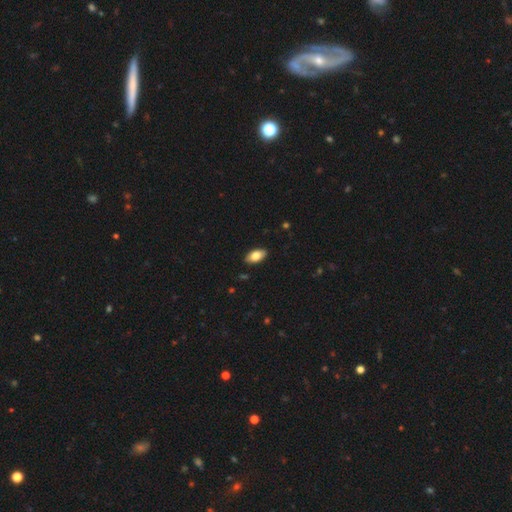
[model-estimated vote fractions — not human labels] A smooth galaxy with no disk features (82%) that is in between round and cigar-shaped (94%).

Vote fractions:
- Smooth or featured? smooth: 82% / featured or disk: 12% / star or artifact: 6%
- How rounded? in between: 94% / cigar-shaped: 3% / round: 3%
- Merging? none: 89% / minor disturbance: 8% / major disturbance: 2% / merger: 1%